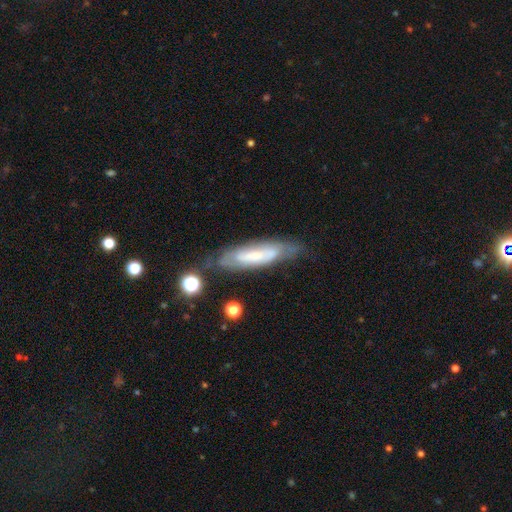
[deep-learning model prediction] Smooth or featured? Predicted: featured or disk (p=0.54). Edge-on disk? Predicted: no (p=0.62). Merging? Predicted: none (p=0.65).